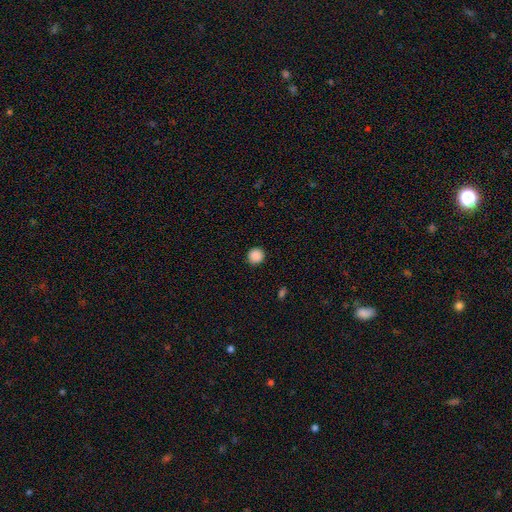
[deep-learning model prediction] Q: Smooth or featured?
A: smooth (88%); runner-up: star or artifact (9%)
Q: How rounded?
A: round (94%); runner-up: in between (5%)
Q: Merging?
A: none (91%); runner-up: minor disturbance (6%)